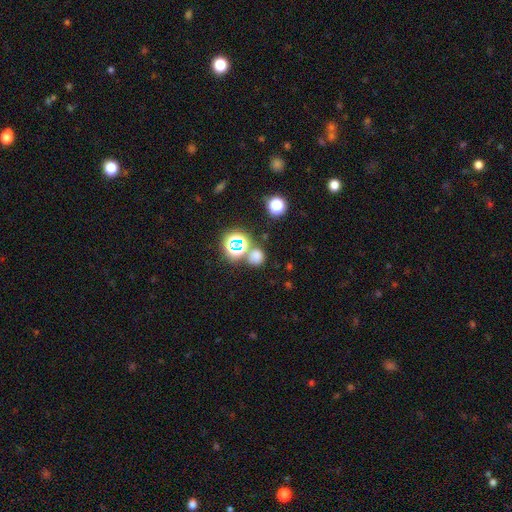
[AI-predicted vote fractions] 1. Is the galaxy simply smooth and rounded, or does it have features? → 62% smooth, 32% star or artifact, 6% featured or disk.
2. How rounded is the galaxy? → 84% round, 15% in between, 1% cigar-shaped.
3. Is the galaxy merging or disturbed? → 68% none, 18% merger, 9% minor disturbance, 4% major disturbance.